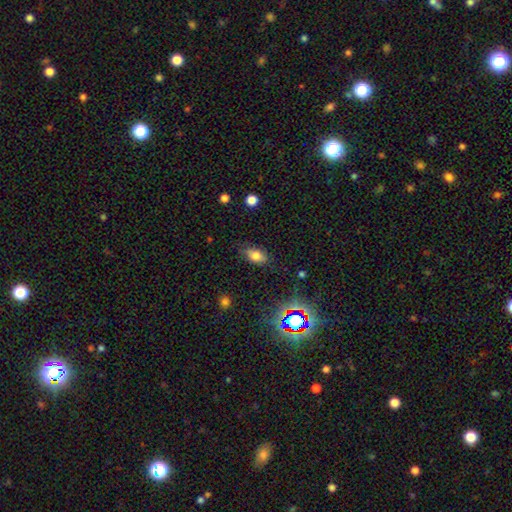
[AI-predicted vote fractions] Q: Smooth or featured?
A: smooth (76%); runner-up: star or artifact (13%)
Q: How rounded?
A: in between (88%); runner-up: round (9%)
Q: Merging?
A: none (78%); runner-up: minor disturbance (17%)